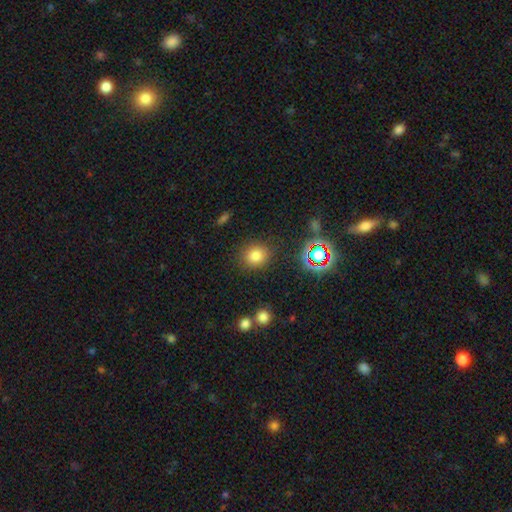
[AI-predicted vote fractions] A smooth galaxy with no disk features (78%) that is round (72%). Merging: none (85%).